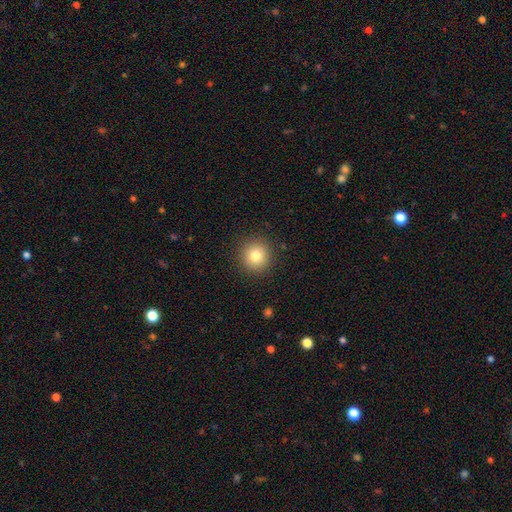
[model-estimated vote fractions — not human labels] This appears to be a smooth galaxy with no disk features (80%) that is round (94%). Merging: none (91%).